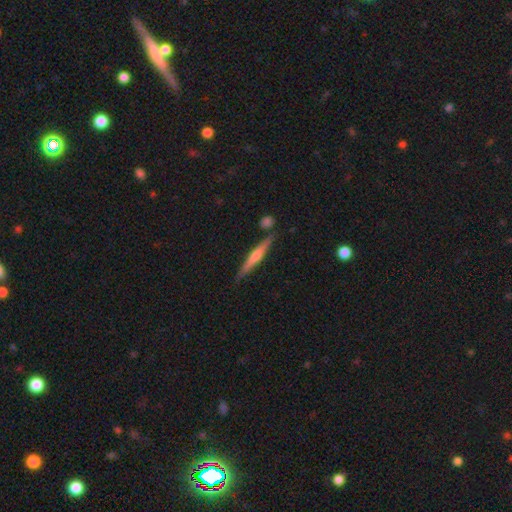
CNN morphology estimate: Overall: featured or disk (64%; smooth 30%). Edge-on disk: yes (97%). Edge-on bulge: rounded (72%). Merging: none (84%).